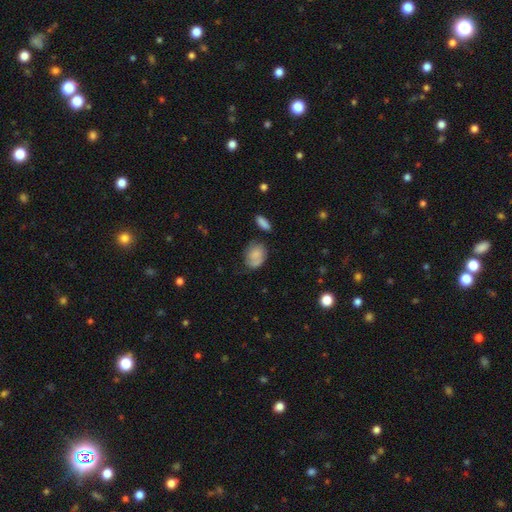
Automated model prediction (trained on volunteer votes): Smooth or featured? Predicted: smooth (p=0.70). How rounded? Predicted: in between (p=0.67). Merging? Predicted: none (p=0.52).